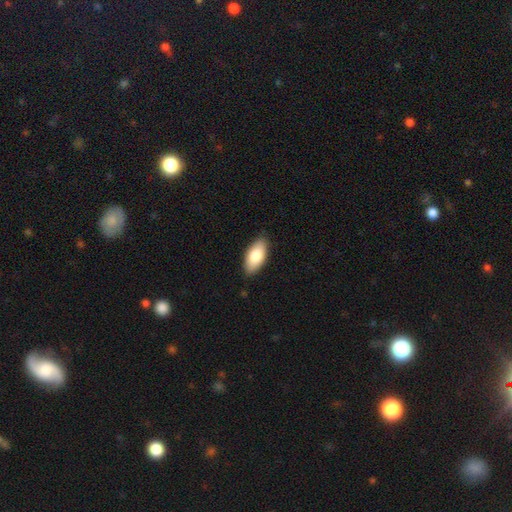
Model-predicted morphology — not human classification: A smooth galaxy with no disk features (82%) that is in between round and cigar-shaped (93%). Merging: none (86%).